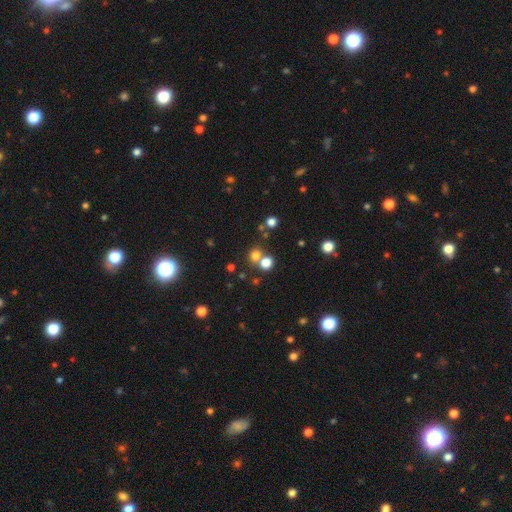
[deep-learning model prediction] Smooth or featured: smooth — 71% (star or artifact — 21%)
How rounded: round — 80% (in between — 19%)
Merging: none — 59% (merger — 31%)